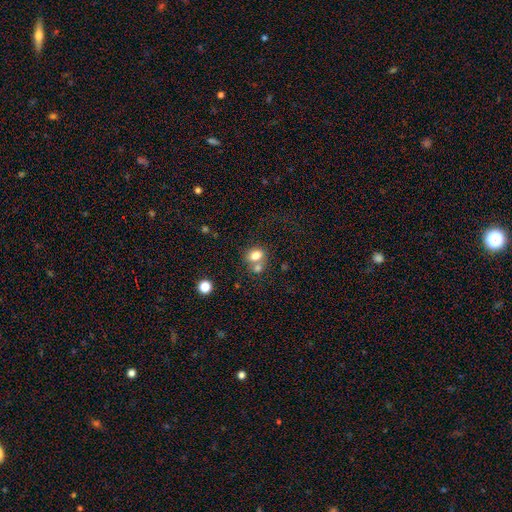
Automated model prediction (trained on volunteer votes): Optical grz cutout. It shows a smooth galaxy with no disk features (78%) that is in between round and cigar-shaped (61%). Merging: merger (44%).